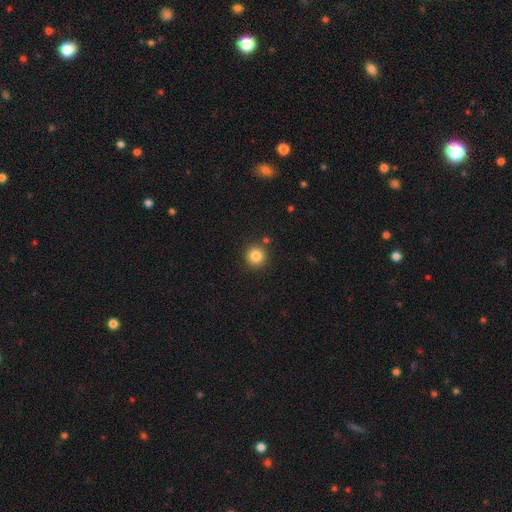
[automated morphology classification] Smooth or featured: smooth — 84% (star or artifact — 11%)
How rounded: round — 95% (in between — 5%)
Merging: none — 88% (minor disturbance — 6%)